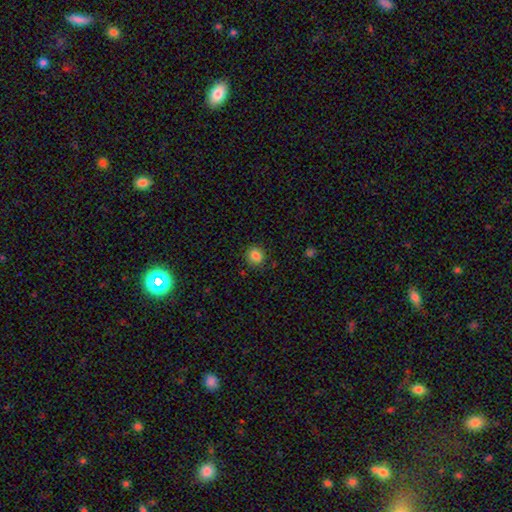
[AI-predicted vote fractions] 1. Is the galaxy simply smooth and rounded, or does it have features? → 84% smooth, 11% star or artifact, 5% featured or disk.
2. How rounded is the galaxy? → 85% round, 14% in between, 1% cigar-shaped.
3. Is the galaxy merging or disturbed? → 88% none, 8% minor disturbance, 2% major disturbance, 1% merger.